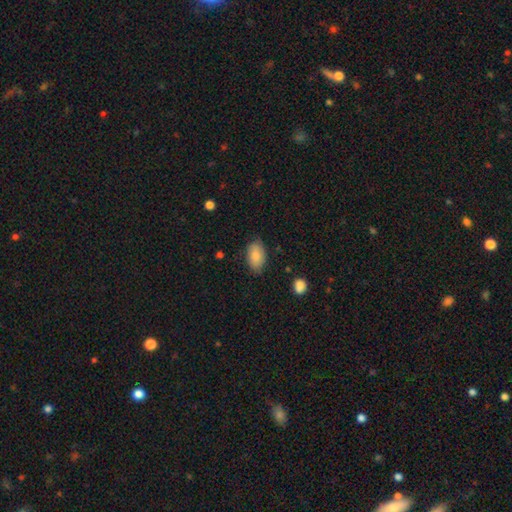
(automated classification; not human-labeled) Q: Smooth or featured?
A: smooth (83%); runner-up: featured or disk (11%)
Q: How rounded?
A: in between (93%); runner-up: round (5%)
Q: Merging?
A: none (80%); runner-up: minor disturbance (16%)